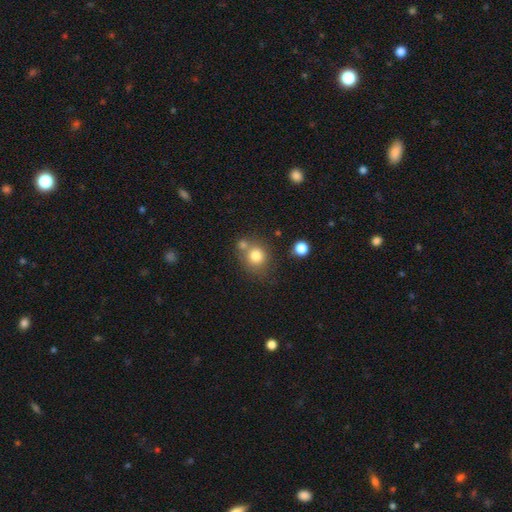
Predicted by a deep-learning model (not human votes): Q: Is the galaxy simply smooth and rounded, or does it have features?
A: smooth — 79%.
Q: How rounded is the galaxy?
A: round — 83%.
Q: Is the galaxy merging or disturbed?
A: none — 58%.